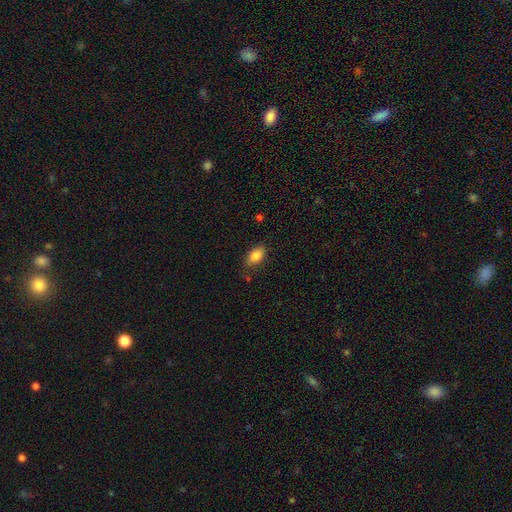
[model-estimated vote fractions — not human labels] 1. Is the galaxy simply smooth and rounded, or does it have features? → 84% smooth, 8% featured or disk, 8% star or artifact.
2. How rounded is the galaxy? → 89% in between, 6% round, 5% cigar-shaped.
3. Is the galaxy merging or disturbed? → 75% none, 19% minor disturbance, 4% major disturbance, 2% merger.